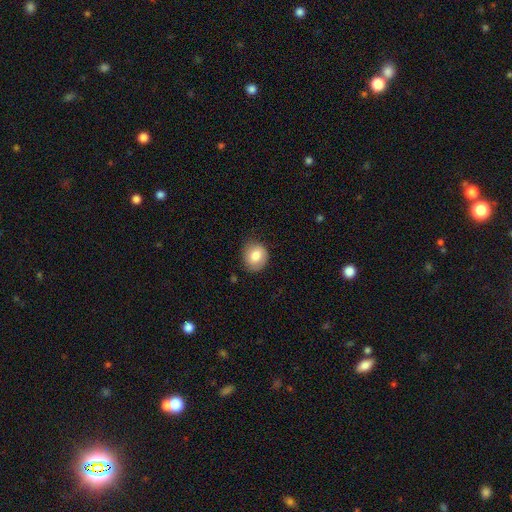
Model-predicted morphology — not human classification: Smooth or featured? smooth (81%)
How rounded? round (77%)
Merging? none (77%)